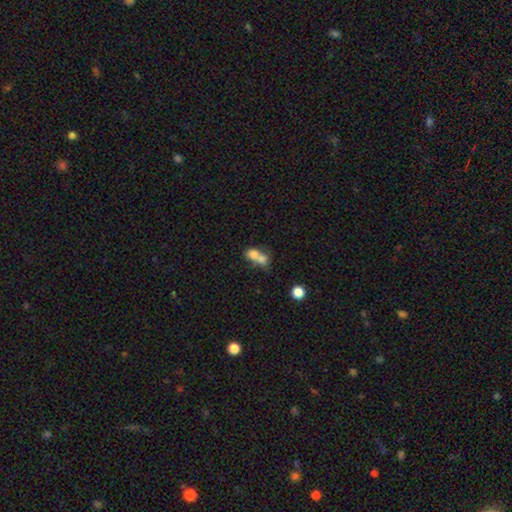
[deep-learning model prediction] A smooth galaxy with no disk features (73%) that is in between round and cigar-shaped (52%). Merging: merger (72%).